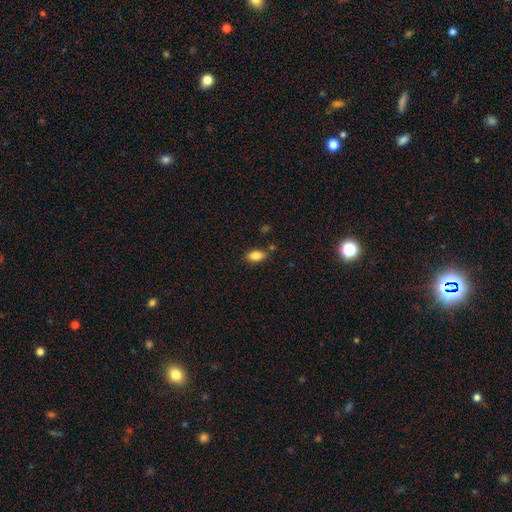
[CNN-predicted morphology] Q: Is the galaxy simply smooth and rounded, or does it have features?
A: smooth — 85%.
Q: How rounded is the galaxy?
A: in between — 89%.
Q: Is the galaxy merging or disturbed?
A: none — 79%.